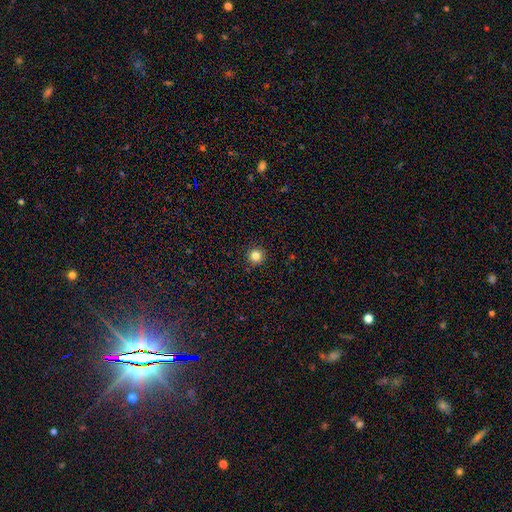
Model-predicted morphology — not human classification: Smooth or featured: smooth — 83% (star or artifact — 12%)
How rounded: round — 96% (in between — 3%)
Merging: none — 93% (minor disturbance — 4%)